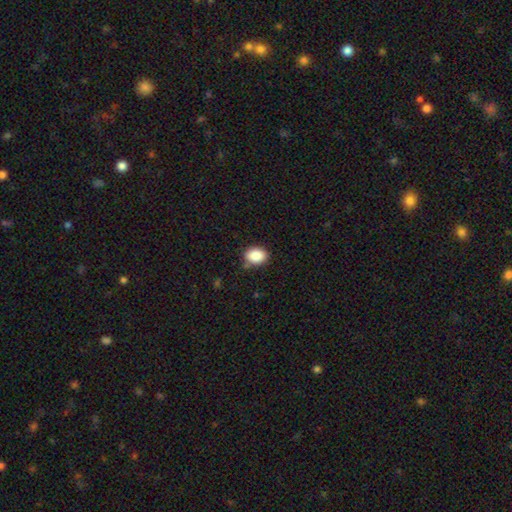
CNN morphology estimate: smooth_or_featured: smooth (p=0.87) [alt: star or artifact p=0.08]
how_rounded: in between (p=0.62) [alt: round p=0.37]
merging: none (p=0.79) [alt: minor disturbance p=0.15]